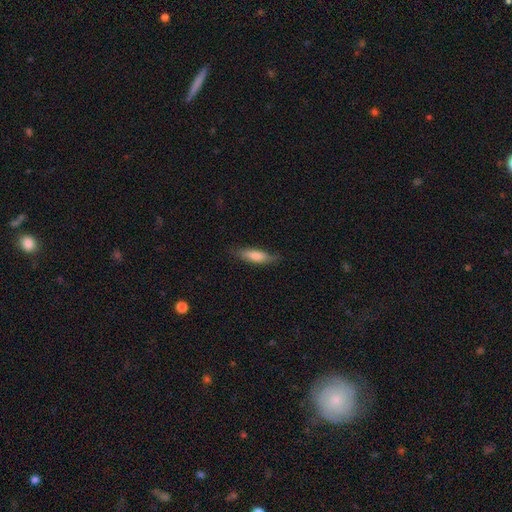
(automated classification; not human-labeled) Smooth or featured? Predicted: smooth (p=0.72). How rounded? Predicted: cigar-shaped (p=0.56). Merging? Predicted: none (p=0.76).